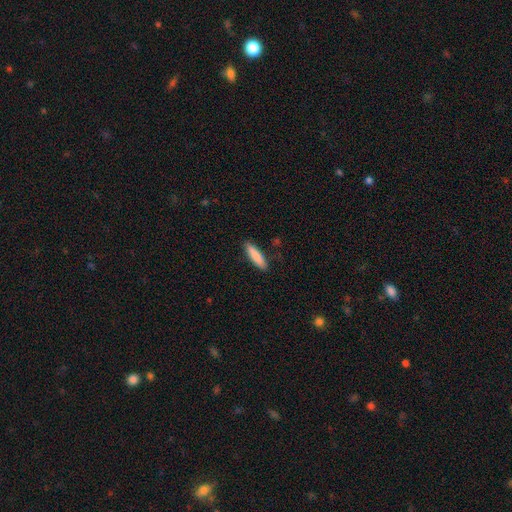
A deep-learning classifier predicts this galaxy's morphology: Q: Smooth or featured?
A: smooth (85%); runner-up: featured or disk (9%)
Q: How rounded?
A: cigar-shaped (76%); runner-up: in between (22%)
Q: Merging?
A: none (87%); runner-up: minor disturbance (10%)